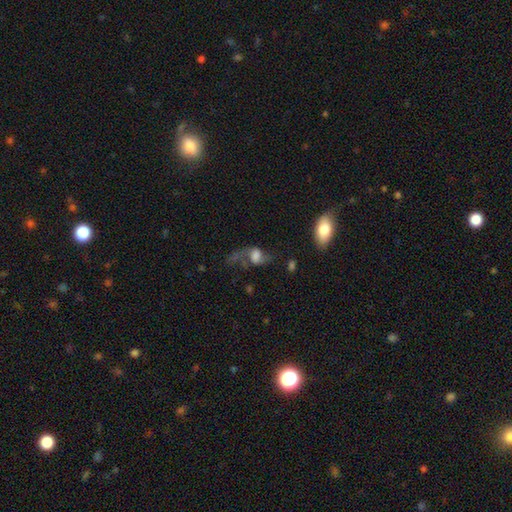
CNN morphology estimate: Q: Smooth or featured?
A: featured or disk (55%); runner-up: smooth (33%)
Q: Edge-on disk?
A: no (95%); runner-up: yes (5%)
Q: Bar?
A: no (52%); runner-up: weak (36%)
Q: Spiral arms?
A: yes (80%); runner-up: no (20%)
Q: Bulge size?
A: large (33%); runner-up: moderate (23%)
Q: Merging?
A: major disturbance (40%); runner-up: none (34%)